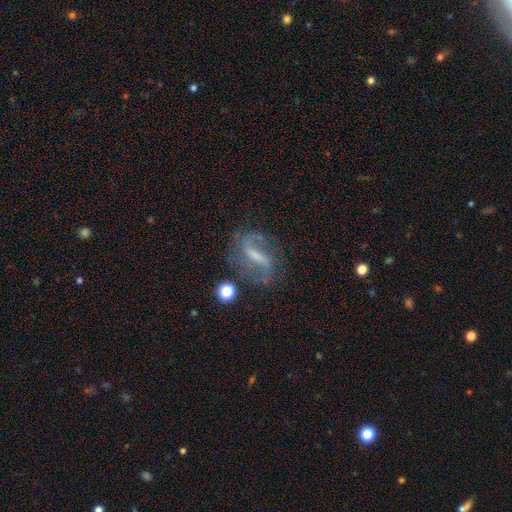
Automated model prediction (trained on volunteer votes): A featured or disk galaxy (75%) with a strong bar (60%), 2 (78%) loose (43%) spiral arms (82%) and no central bulge (39%).

Vote fractions:
- Smooth or featured? featured or disk: 75% / smooth: 16% / star or artifact: 10%
- Edge-on disk? no: 91% / yes: 9%
- Bar? strong: 60% / weak: 30% / no: 11%
- Spiral arms? yes: 82% / no: 18%
- Spiral winding? loose: 43% / medium: 40% / tight: 17%
- Spiral arm count? 2: 78% / can't tell: 10% / 1: 8% / 3: 2% / 4: 1% / more than 4: 1%
- Bulge size? none: 39% / small: 33% / moderate: 22% / large: 4% / dominant: 1%
- Merging? none: 63% / minor disturbance: 19% / major disturbance: 14% / merger: 4%